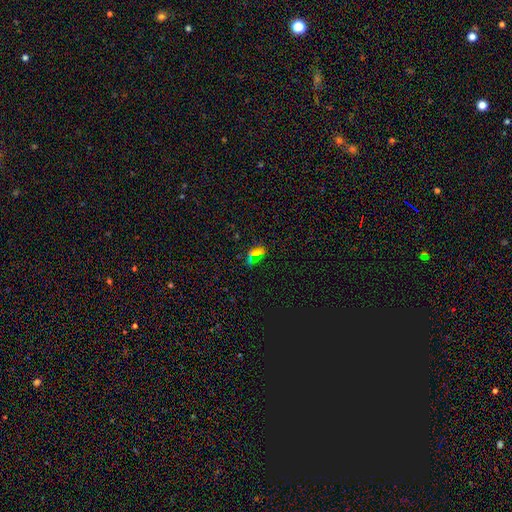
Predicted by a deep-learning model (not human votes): This is marginally a smooth galaxy (45%). Merging: likely none (71%).